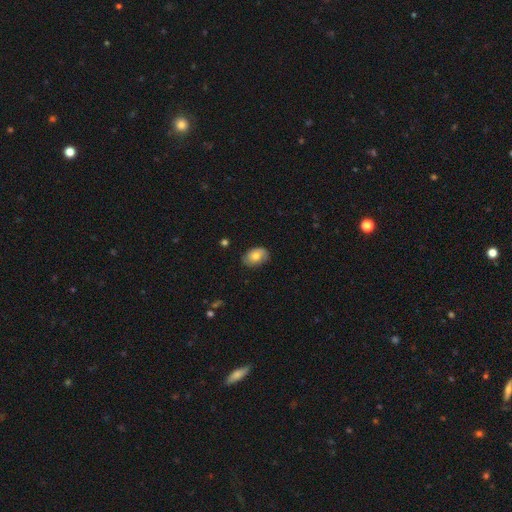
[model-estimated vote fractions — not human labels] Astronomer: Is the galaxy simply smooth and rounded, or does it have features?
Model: smooth — 66%.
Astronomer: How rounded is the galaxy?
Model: in between — 82%.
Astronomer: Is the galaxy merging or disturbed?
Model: none — 76%.